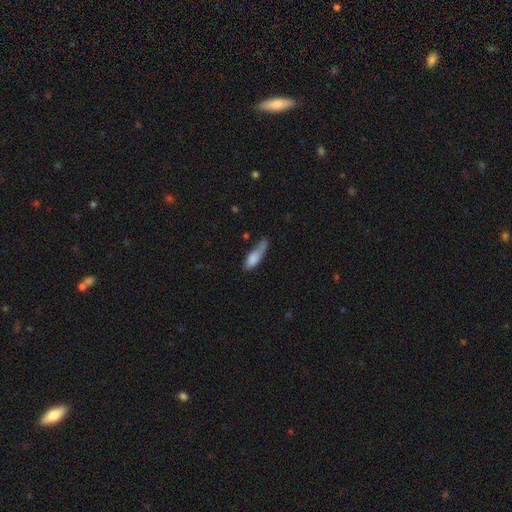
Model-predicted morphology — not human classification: The model was most divided on "how rounded": in between: 49%, cigar-shaped: 48%, round: 3%. Remaining: smooth or featured — smooth (74%); merging — none (44%).